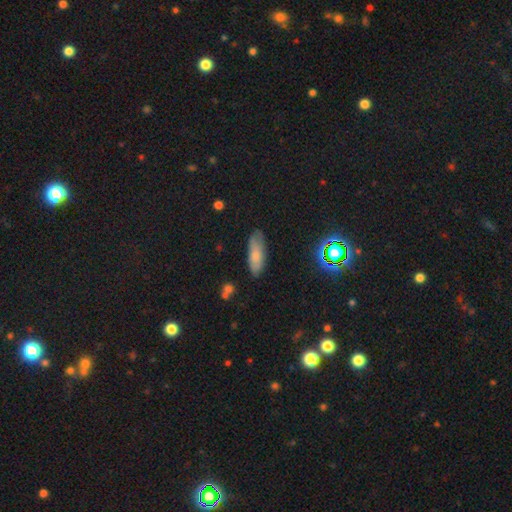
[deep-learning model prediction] A smooth galaxy with no disk features (73%) that is in between round and cigar-shaped (64%). Merging: none (74%).